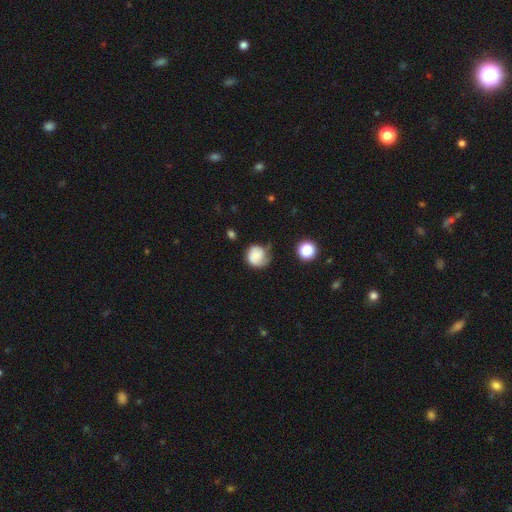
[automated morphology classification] type=smooth (72%); roundness=round (83%); merging=none (44%).